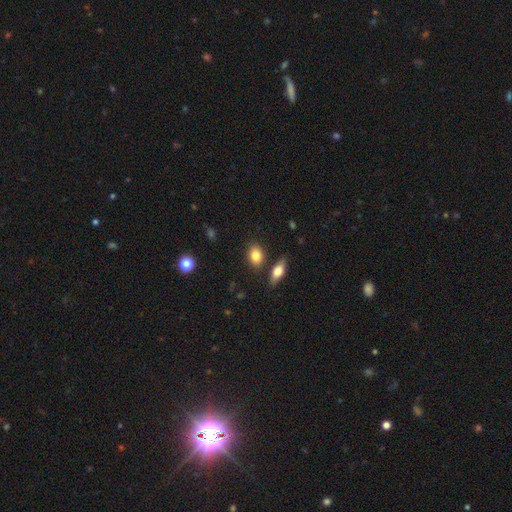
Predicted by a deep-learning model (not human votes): This is clearly a smooth galaxy (84%). How rounded: likely in between (75%). Merging: likely none (79%).